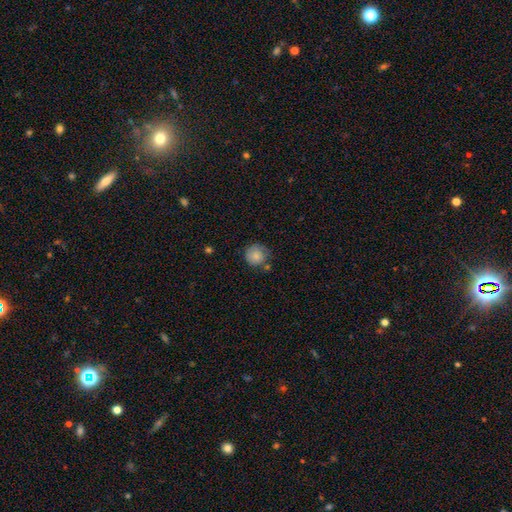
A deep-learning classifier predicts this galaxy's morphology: Smooth or featured: smooth — 79% (featured or disk — 13%)
How rounded: round — 90% (in between — 9%)
Merging: none — 64% (minor disturbance — 23%)